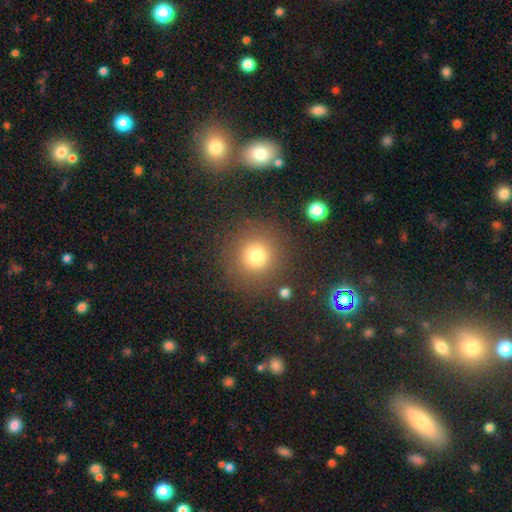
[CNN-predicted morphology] A smooth galaxy with no disk features (76%) that is round (93%).

Vote fractions:
- Smooth or featured? smooth: 76% / star or artifact: 15% / featured or disk: 9%
- How rounded? round: 93% / in between: 6% / cigar-shaped: 1%
- Merging? none: 85% / minor disturbance: 8% / major disturbance: 4% / merger: 3%